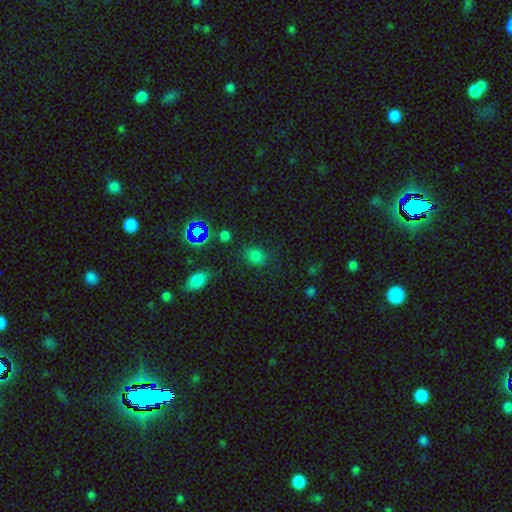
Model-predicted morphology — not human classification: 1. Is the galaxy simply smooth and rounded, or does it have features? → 72% smooth, 22% star or artifact, 6% featured or disk.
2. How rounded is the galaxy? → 55% round, 43% in between, 1% cigar-shaped.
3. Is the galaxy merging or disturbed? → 75% none, 15% minor disturbance, 6% major disturbance, 4% merger.